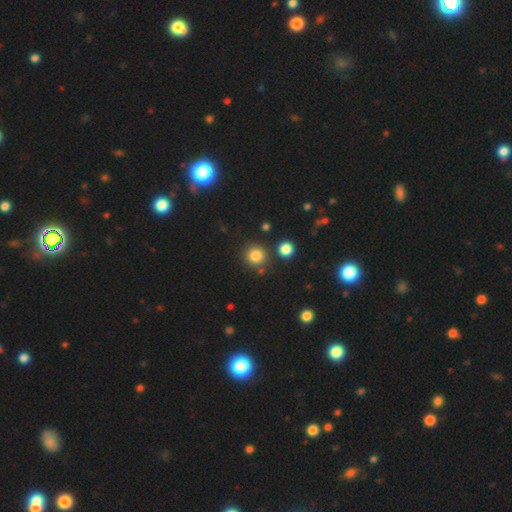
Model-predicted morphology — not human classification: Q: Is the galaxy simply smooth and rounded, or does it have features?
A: smooth — 82%.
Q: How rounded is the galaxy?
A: round — 92%.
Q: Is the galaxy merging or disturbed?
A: none — 83%.